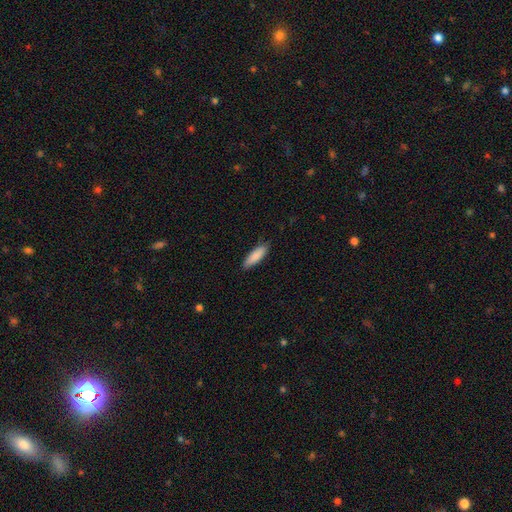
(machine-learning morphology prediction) Smooth or featured?
  - smooth: 87% *
  - featured or disk: 8%
  - star or artifact: 6%
How rounded?
  - cigar-shaped: 55% *
  - in between: 44%
  - round: 1%
Merging?
  - none: 86% *
  - minor disturbance: 11%
  - major disturbance: 2%
  - merger: 1%